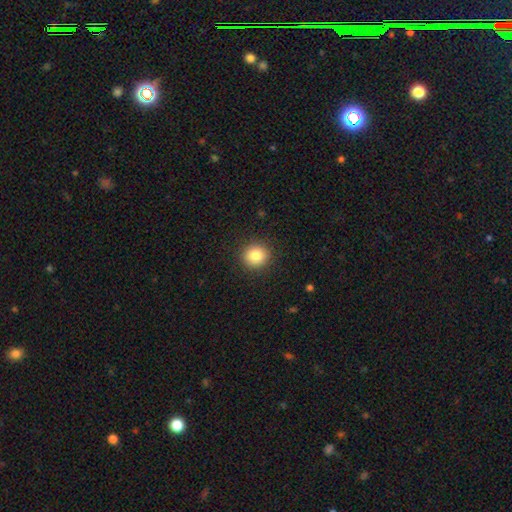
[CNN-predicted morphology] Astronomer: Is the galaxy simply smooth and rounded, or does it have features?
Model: smooth — 84%.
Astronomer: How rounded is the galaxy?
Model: round — 88%.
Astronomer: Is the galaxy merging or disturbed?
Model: none — 91%.